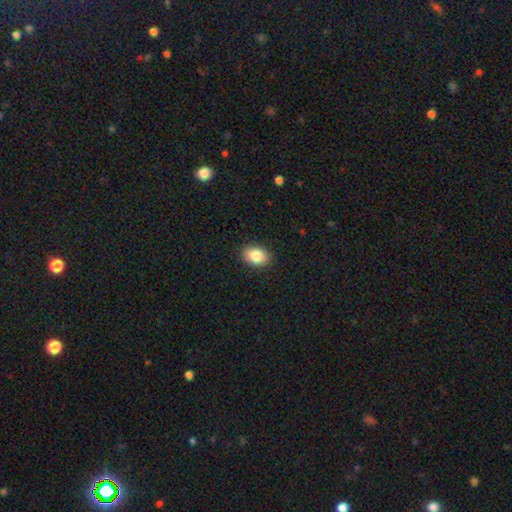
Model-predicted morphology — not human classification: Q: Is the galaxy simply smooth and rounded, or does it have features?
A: smooth — 86%.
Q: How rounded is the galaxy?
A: in between — 82%.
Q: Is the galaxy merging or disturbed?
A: none — 89%.